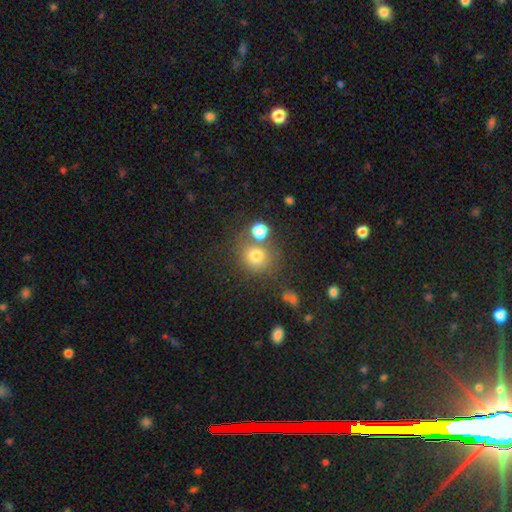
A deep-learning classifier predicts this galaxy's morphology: smooth_or_featured: smooth (p=0.75) [alt: star or artifact p=0.15]
how_rounded: round (p=0.84) [alt: in between p=0.15]
merging: none (p=0.64) [alt: merger p=0.19]